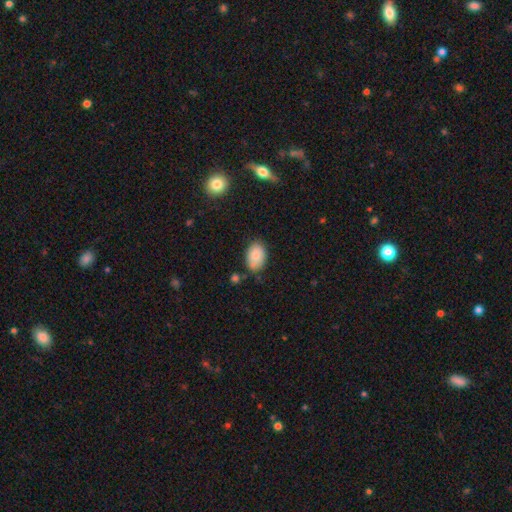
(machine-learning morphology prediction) Smooth or featured? Predicted: smooth (p=0.85). How rounded? Predicted: in between (p=0.89). Merging? Predicted: none (p=0.74).